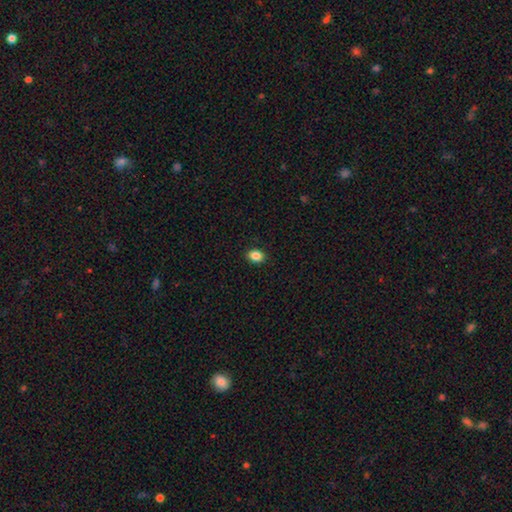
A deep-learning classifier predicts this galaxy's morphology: smooth 86%, star or artifact 10%, featured or disk 4%. Down the decision tree: how rounded — in between (63%); merging — none (90%).